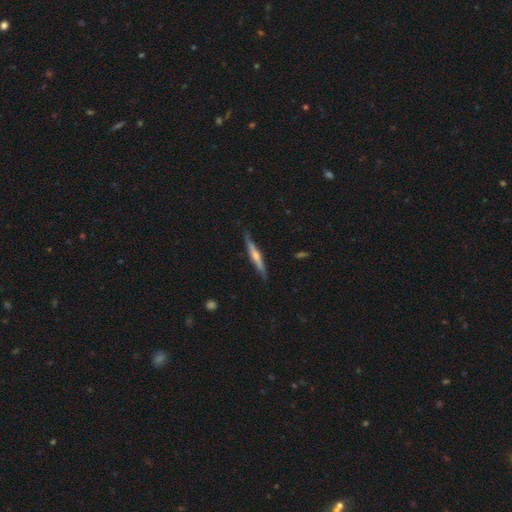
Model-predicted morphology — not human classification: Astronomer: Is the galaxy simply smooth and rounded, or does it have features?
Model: featured or disk — 59% (runner-up: smooth, 35%).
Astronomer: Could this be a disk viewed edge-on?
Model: yes — 95%.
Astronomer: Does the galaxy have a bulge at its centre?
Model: rounded — 67%.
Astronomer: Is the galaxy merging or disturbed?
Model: none — 83%.